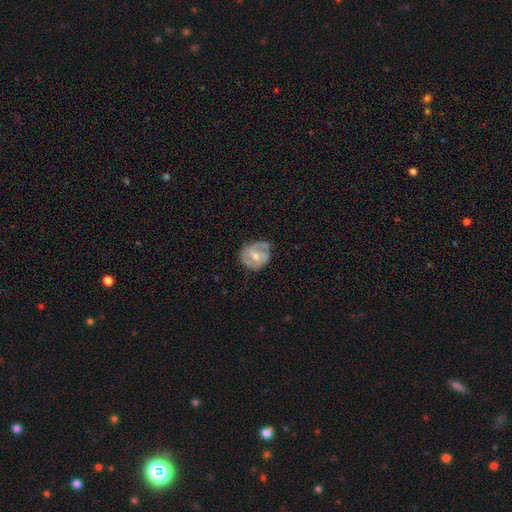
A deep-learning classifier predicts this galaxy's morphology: Smooth or featured? Predicted: featured or disk (p=0.66). Edge-on disk? Predicted: no (p=0.97). Bar? Predicted: no (p=0.47). Spiral arms? Predicted: yes (p=0.82). Spiral winding? Predicted: medium (p=0.43). Spiral arm count? Predicted: 2 (p=0.53). Bulge size? Predicted: moderate (p=0.58). Merging? Predicted: none (p=0.57).